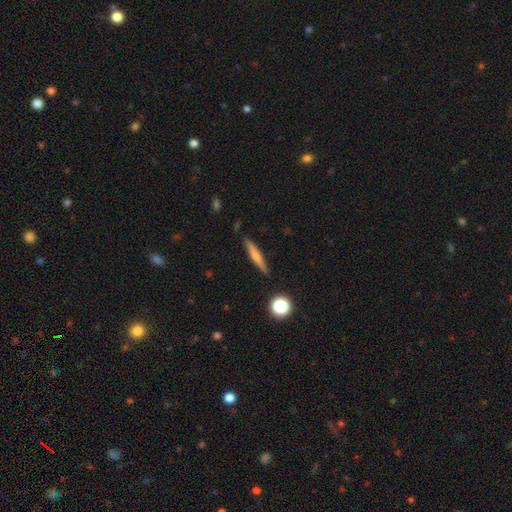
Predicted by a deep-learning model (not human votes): The model was most divided on "smooth or featured": smooth: 59%, featured or disk: 33%, star or artifact: 8%. More confident: how rounded — cigar-shaped (92%); merging — none (88%).